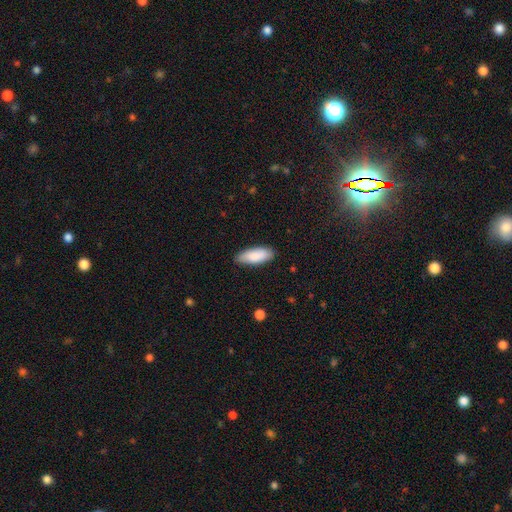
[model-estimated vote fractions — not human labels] This appears to be a smooth galaxy with no disk features (87%) that is in between round and cigar-shaped (75%). Merging: none (85%).